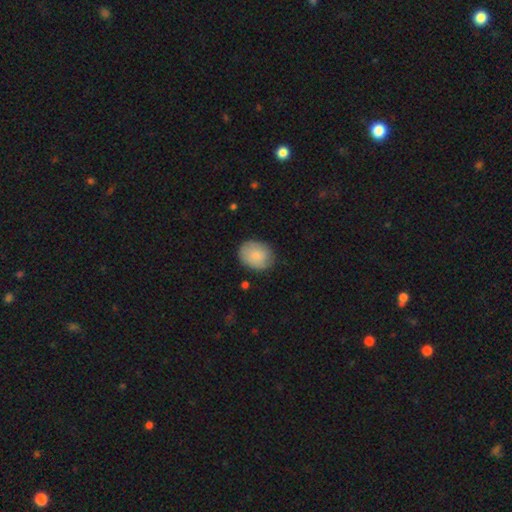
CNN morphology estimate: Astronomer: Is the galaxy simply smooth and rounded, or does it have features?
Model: smooth — 81%.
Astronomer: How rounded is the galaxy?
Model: round — 50% (runner-up: in between, 49%).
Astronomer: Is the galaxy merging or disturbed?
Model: none — 79%.